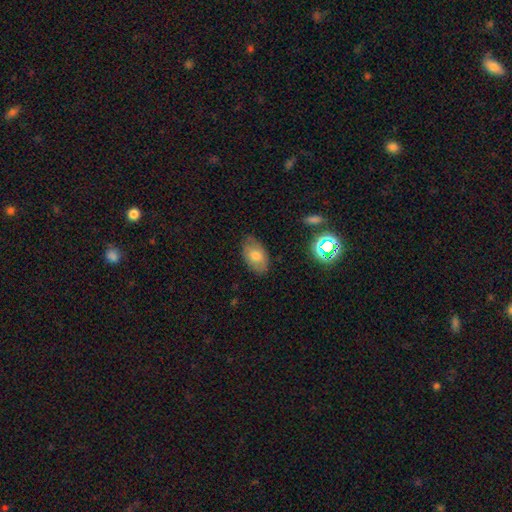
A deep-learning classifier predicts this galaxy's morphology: A smooth galaxy with no disk features (73%) that is in between round and cigar-shaped (90%).

Vote fractions:
- Smooth or featured? smooth: 73% / featured or disk: 18% / star or artifact: 10%
- How rounded? in between: 90% / round: 9% / cigar-shaped: 1%
- Merging? none: 78% / minor disturbance: 17% / major disturbance: 4% / merger: 1%